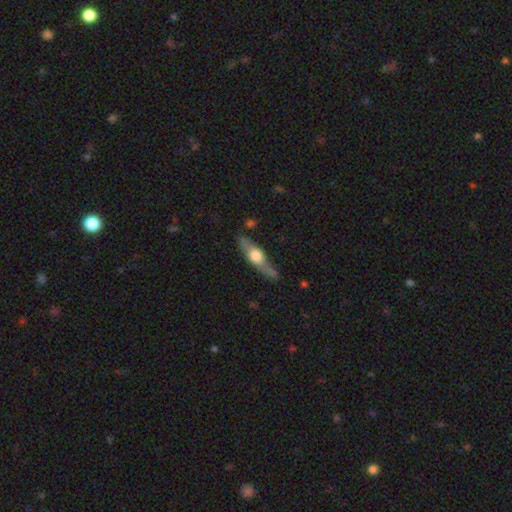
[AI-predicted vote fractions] Smooth or featured? Predicted: featured or disk (p=0.55). Edge-on disk? Predicted: yes (p=0.87). Merging? Predicted: none (p=0.75).